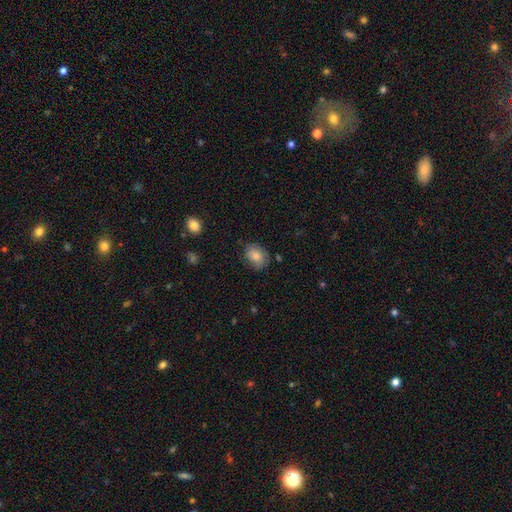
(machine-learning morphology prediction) This appears to be a smooth galaxy with no disk features (82%) that is in between round and cigar-shaped (59%). Merging: none (76%).